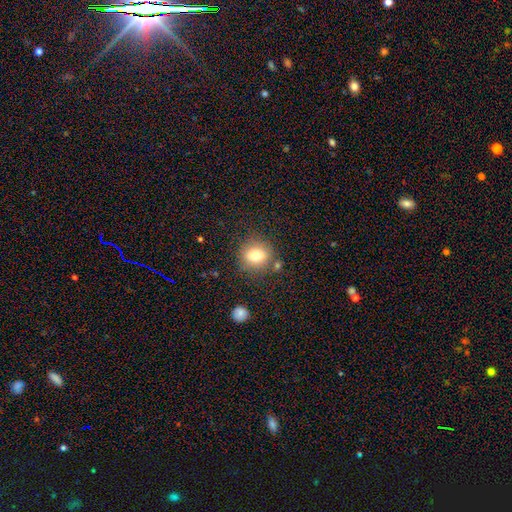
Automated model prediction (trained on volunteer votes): Overall: smooth (80%). How rounded: round (71%). Merging: none (77%).